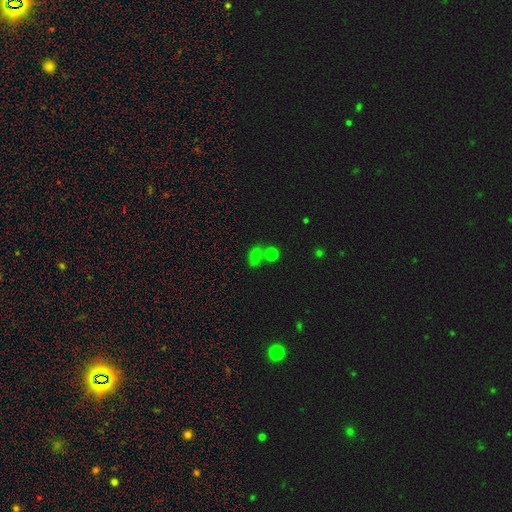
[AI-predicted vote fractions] Smooth or featured? Predicted: smooth (p=0.64). How rounded? Predicted: round (p=0.49). Merging? Predicted: none (p=0.51).